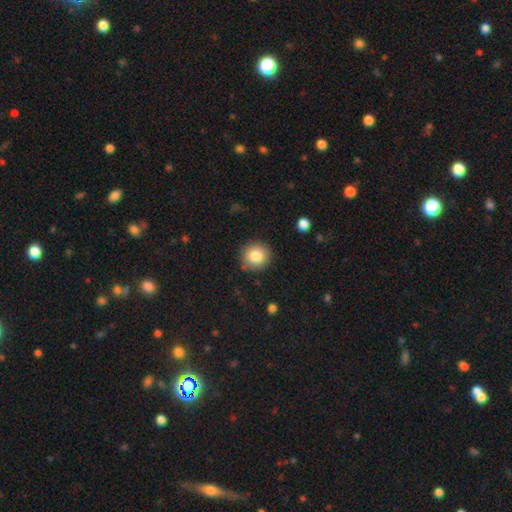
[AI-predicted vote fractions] Smooth or featured: smooth — 82% (star or artifact — 10%)
How rounded: round — 92% (in between — 7%)
Merging: none — 88% (minor disturbance — 8%)